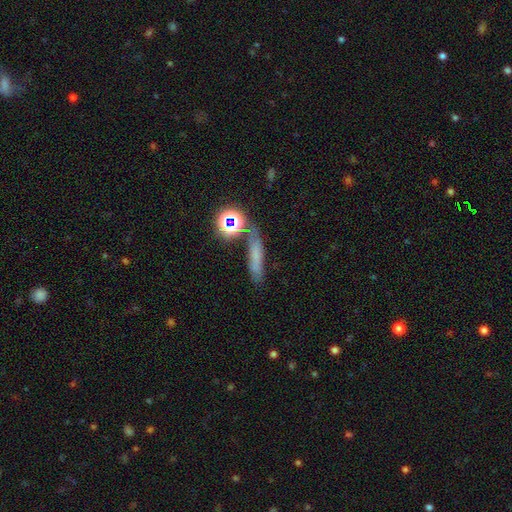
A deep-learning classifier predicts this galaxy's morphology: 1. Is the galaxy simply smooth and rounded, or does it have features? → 53% smooth, 26% star or artifact, 21% featured or disk.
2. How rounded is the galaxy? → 70% cigar-shaped, 17% in between, 13% round.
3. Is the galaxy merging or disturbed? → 64% none, 17% minor disturbance, 11% merger, 8% major disturbance.